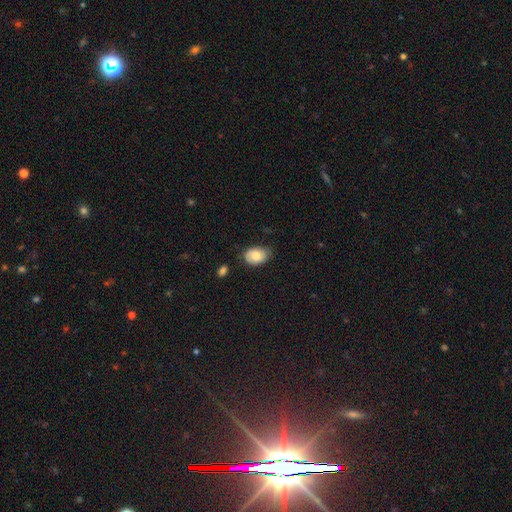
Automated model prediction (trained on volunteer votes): A smooth galaxy with no disk features (74%) that is in between round and cigar-shaped (83%).

Vote fractions:
- Smooth or featured? smooth: 74% / featured or disk: 19% / star or artifact: 7%
- How rounded? in between: 83% / round: 16% / cigar-shaped: 1%
- Merging? none: 69% / minor disturbance: 24% / major disturbance: 5% / merger: 2%